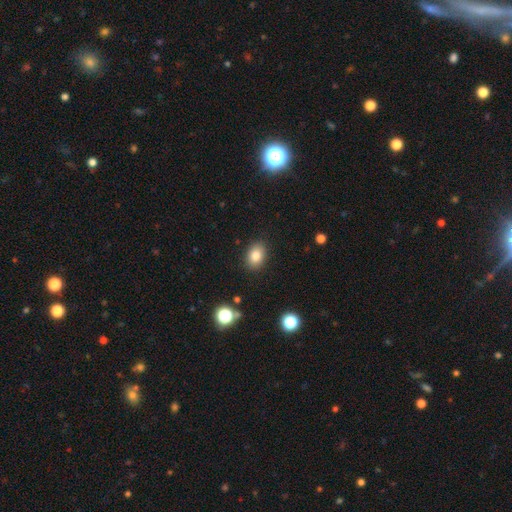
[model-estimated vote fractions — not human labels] smooth_or_featured: smooth (p=0.82) [alt: star or artifact p=0.10]
how_rounded: in between (p=0.74) [alt: round p=0.25]
merging: none (p=0.88) [alt: minor disturbance p=0.08]